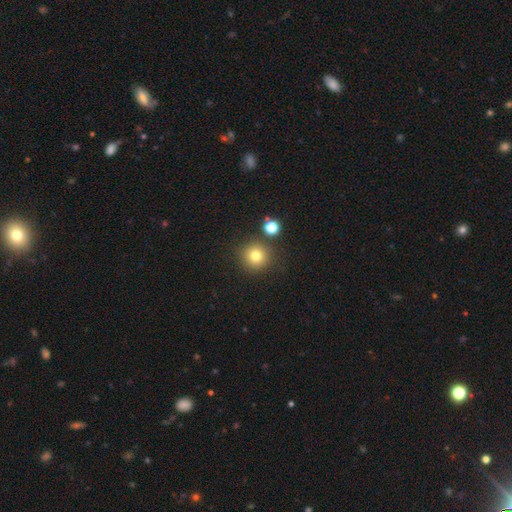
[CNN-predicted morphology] This is likely a smooth galaxy (77%). How rounded: clearly round (94%). Merging: clearly none (82%).